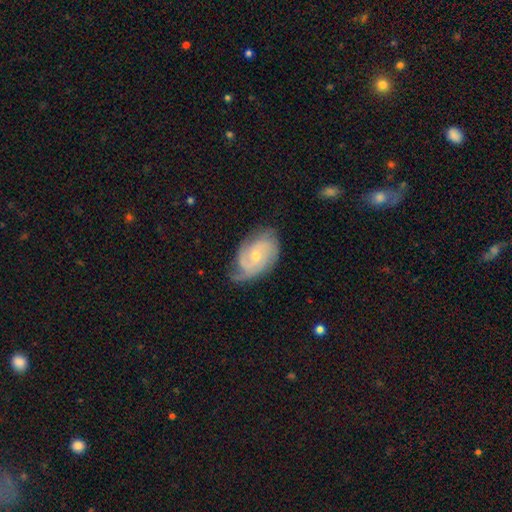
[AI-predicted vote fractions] This is clearly a featured or disk galaxy (83%). It is clearly not viewed edge-on (97%). Bar: likely no (68%). Spiral arm pattern: clearly yes (96%). Spiral arm count: marginally 3 (35%). Spiral winding: possibly tight (56%). Central bulge: possibly small (53%). Merging: likely none (66%).